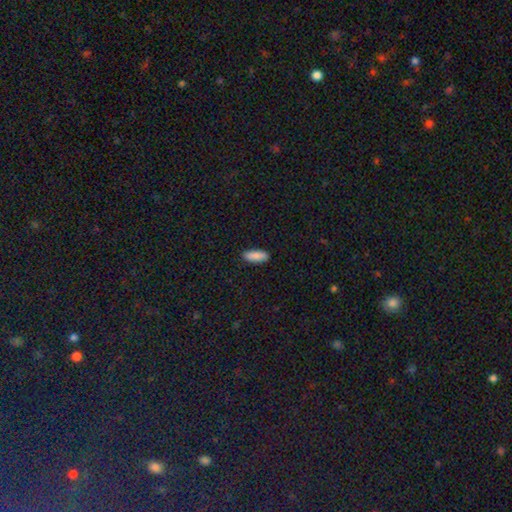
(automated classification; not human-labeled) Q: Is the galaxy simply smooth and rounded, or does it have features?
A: smooth — 89%.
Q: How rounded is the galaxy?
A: in between — 64%.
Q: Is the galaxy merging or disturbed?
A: none — 90%.